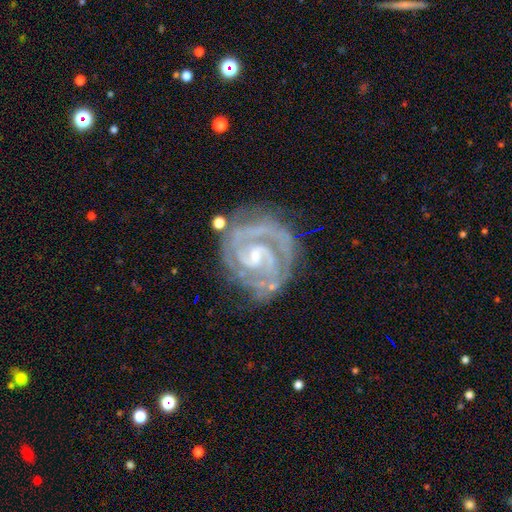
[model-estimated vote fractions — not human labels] This appears to be a featured or disk galaxy (93%) with a weak bar (47%), 2 (73%) tight (71%) spiral arms (99%) and a small central bulge (68%). Merging: none (70%).